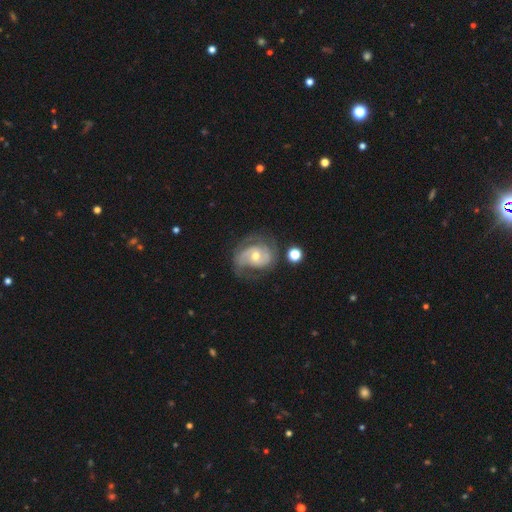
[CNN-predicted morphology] type=featured or disk (83%); edge-on=no (97%); bar=no (59%); spiral arms=yes (93%); winding=medium (44%); arm count=2 (64%); bulge=moderate (61%); merging=none (58%).